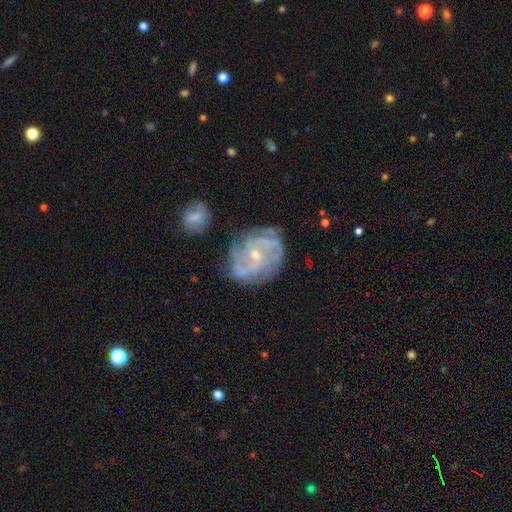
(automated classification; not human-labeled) A featured or disk galaxy (84%) with no bar (58%), tight (48%) spiral arms (94%) and a small central bulge (73%).

Vote fractions:
- Smooth or featured? featured or disk: 84% / smooth: 9% / star or artifact: 7%
- Edge-on disk? no: 97% / yes: 3%
- Bar? no: 58% / weak: 34% / strong: 8%
- Spiral arms? yes: 94% / no: 6%
- Spiral winding? tight: 48% / medium: 39% / loose: 13%
- Spiral arm count? can't tell: 29% / 3: 21% / 4: 18% / 2: 17% / more than 4: 8% / 1: 6%
- Bulge size? small: 73% / moderate: 24% / none: 2% / large: 1% / dominant: 1%
- Merging? none: 70% / minor disturbance: 18% / major disturbance: 8% / merger: 4%